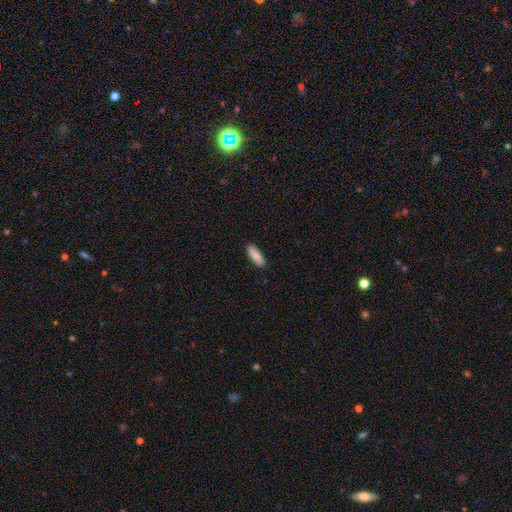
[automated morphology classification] The model was most divided on "how rounded": in between: 69%, cigar-shaped: 29%, round: 2%. More confident: merging — none (89%); smooth or featured — smooth (86%).